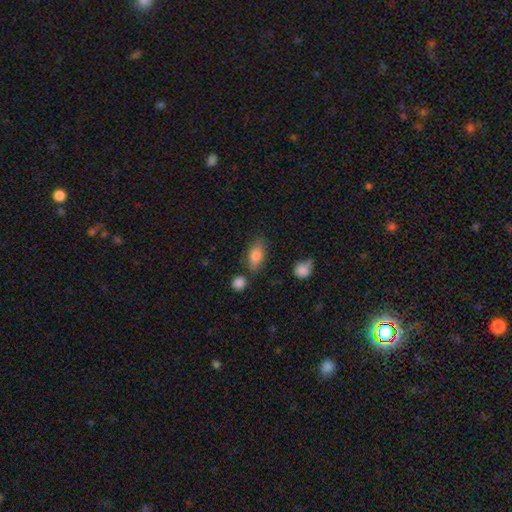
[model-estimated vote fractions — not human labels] This appears to be a smooth galaxy with no disk features (81%) that is in between round and cigar-shaped (87%). Merging: none (70%).